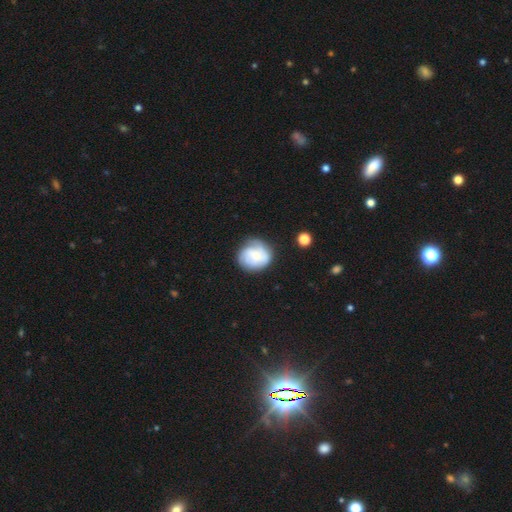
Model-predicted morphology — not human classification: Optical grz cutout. It shows a smooth galaxy with no disk features (52%) that is round (77%). Merging: none (61%).